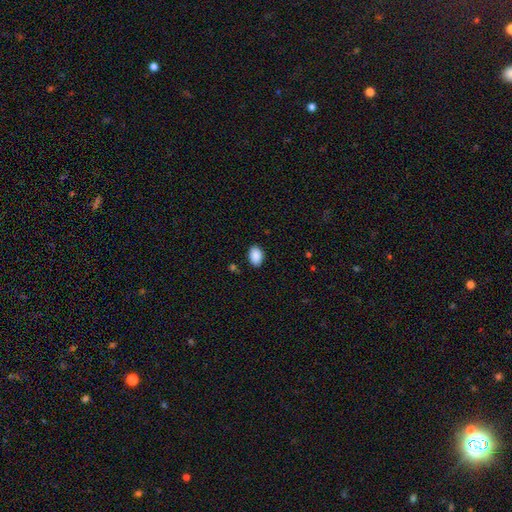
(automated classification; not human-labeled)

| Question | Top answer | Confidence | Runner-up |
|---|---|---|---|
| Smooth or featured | smooth | 90% | star or artifact (7%) |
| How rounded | in between | 84% | round (15%) |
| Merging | none | 86% | minor disturbance (10%) |